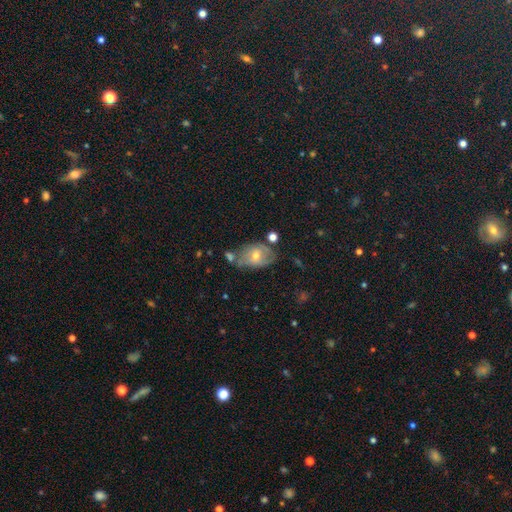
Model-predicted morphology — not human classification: This is possibly a featured or disk galaxy (47%). Merging: possibly none (51%).